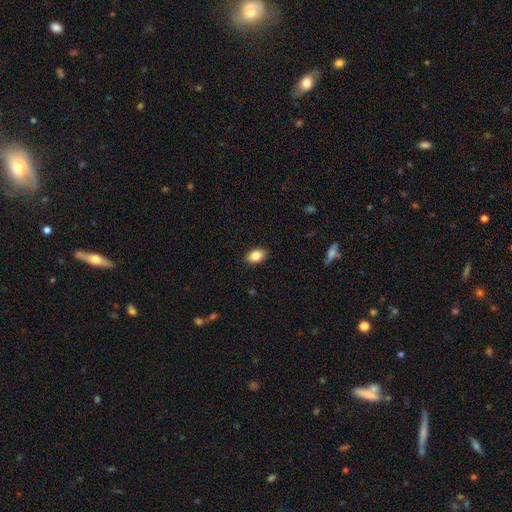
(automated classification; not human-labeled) Smooth or featured?
  - smooth: 85% *
  - star or artifact: 8%
  - featured or disk: 7%
How rounded?
  - in between: 84% *
  - round: 14%
  - cigar-shaped: 1%
Merging?
  - none: 89% *
  - minor disturbance: 8%
  - major disturbance: 2%
  - merger: 1%